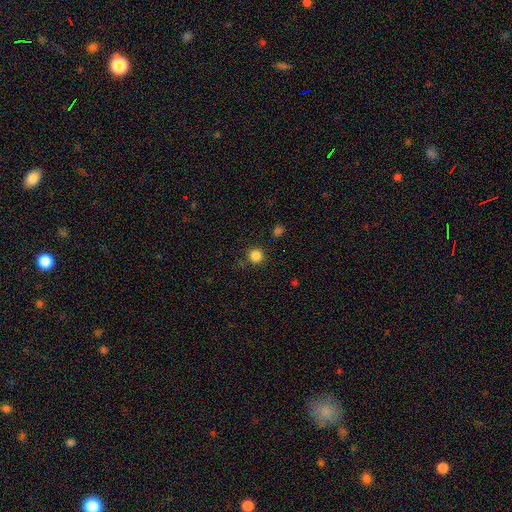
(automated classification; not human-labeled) Smooth or featured?
  - smooth: 85% *
  - star or artifact: 12%
  - featured or disk: 3%
How rounded?
  - round: 95% *
  - in between: 4%
  - cigar-shaped: 1%
Merging?
  - none: 87% *
  - minor disturbance: 7%
  - major disturbance: 3%
  - merger: 2%